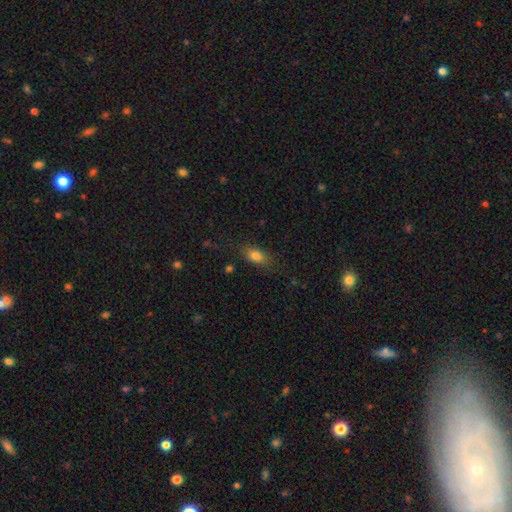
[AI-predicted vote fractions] The model was most divided on "merging": none: 77%, minor disturbance: 16%, major disturbance: 5%, merger: 2%. More confident: how rounded — in between (81%); smooth or featured — smooth (80%).